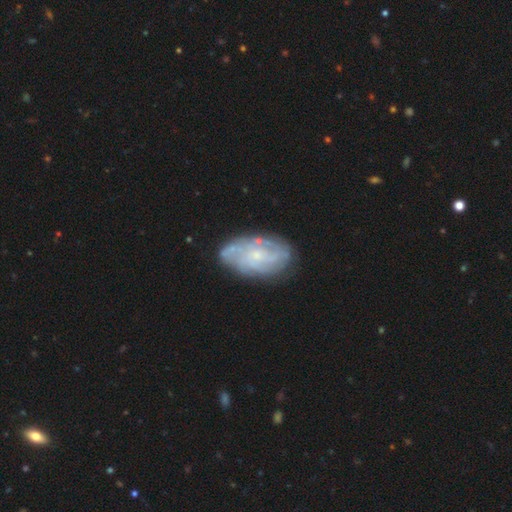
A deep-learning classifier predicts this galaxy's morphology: Smooth or featured?
  - featured or disk: 74% *
  - smooth: 19%
  - star or artifact: 7%
Edge-on disk?
  - no: 96% *
  - yes: 4%
Bar?
  - no: 70% *
  - weak: 26%
  - strong: 4%
Spiral arms?
  - yes: 88% *
  - no: 12%
Spiral winding?
  - tight: 60% *
  - medium: 31%
  - loose: 9%
Spiral arm count?
  - can't tell: 46% *
  - 3: 15%
  - 2: 14%
  - 4: 14%
  - more than 4: 6%
  - 1: 5%
Bulge size?
  - small: 70% *
  - moderate: 20%
  - none: 8%
  - large: 1%
  - dominant: 1%
Merging?
  - none: 72% *
  - minor disturbance: 20%
  - major disturbance: 6%
  - merger: 2%